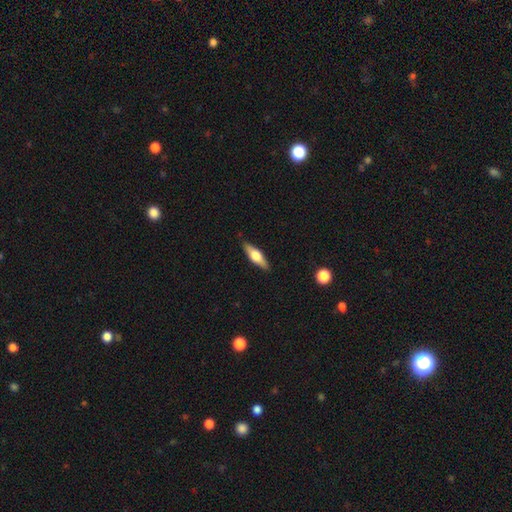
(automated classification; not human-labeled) Morphology: type=featured or disk (50%); edge-on=yes (93%); merging=none (88%).